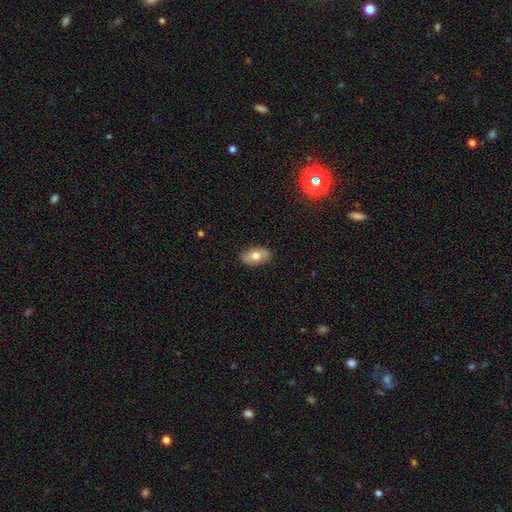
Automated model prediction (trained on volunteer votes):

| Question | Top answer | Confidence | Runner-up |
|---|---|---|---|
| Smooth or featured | smooth | 73% | featured or disk (20%) |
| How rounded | in between | 91% | round (5%) |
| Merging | none | 88% | minor disturbance (10%) |